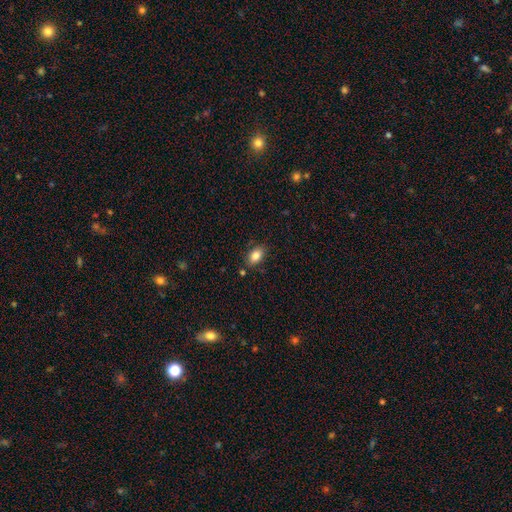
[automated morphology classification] A smooth galaxy with no disk features (85%) that is in between round and cigar-shaped (86%). Merging: none (80%).